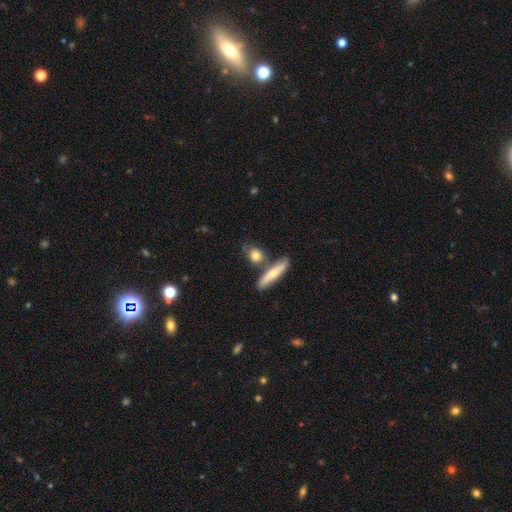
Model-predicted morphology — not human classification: type=smooth (74%); roundness=round (55%); merging=none (62%).